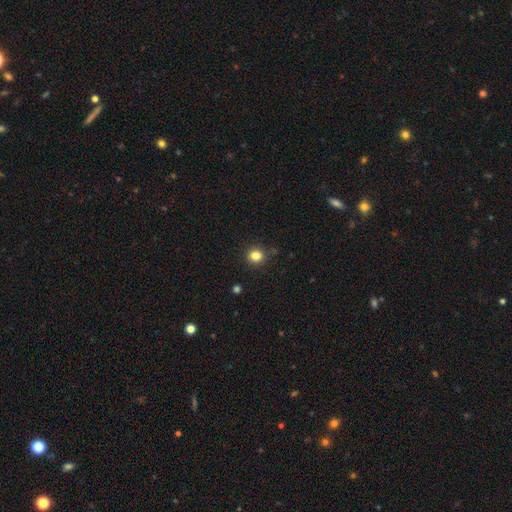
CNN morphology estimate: smooth_or_featured: smooth (p=0.83) [alt: star or artifact p=0.12]
how_rounded: round (p=0.86) [alt: in between p=0.13]
merging: none (p=0.88) [alt: minor disturbance p=0.09]